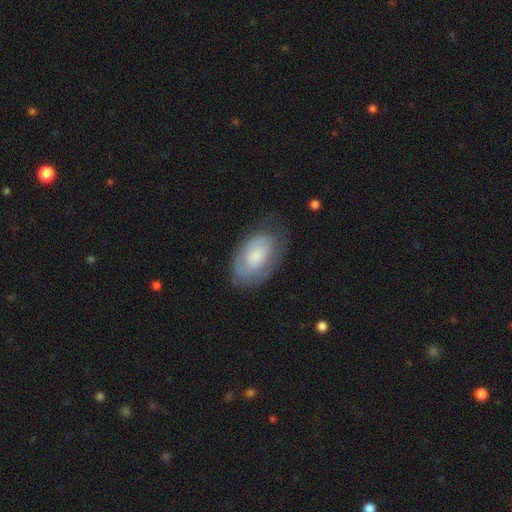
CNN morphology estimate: Smooth or featured: smooth — 58% (featured or disk — 36%)
How rounded: in between — 93% (round — 5%)
Merging: none — 64% (minor disturbance — 24%)